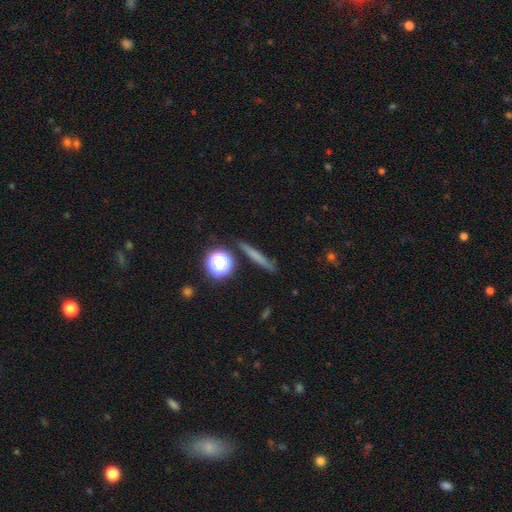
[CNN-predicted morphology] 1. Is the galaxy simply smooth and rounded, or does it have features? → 61% smooth, 26% featured or disk, 13% star or artifact.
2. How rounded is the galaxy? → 83% cigar-shaped, 11% round, 6% in between.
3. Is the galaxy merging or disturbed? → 86% none, 9% minor disturbance, 3% merger, 3% major disturbance.